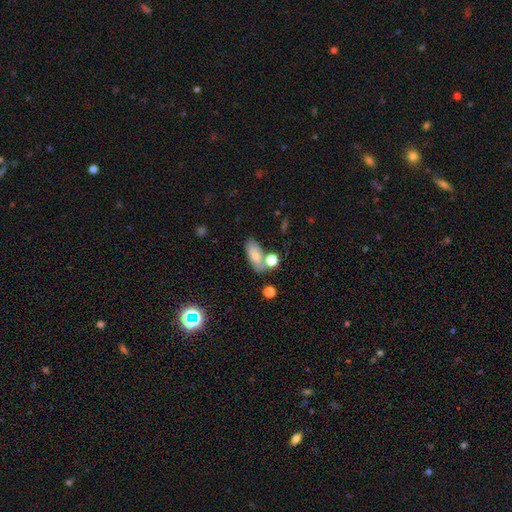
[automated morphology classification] A smooth galaxy with no disk features (76%) that is in between round and cigar-shaped (86%).

Vote fractions:
- Smooth or featured? smooth: 76% / featured or disk: 14% / star or artifact: 10%
- How rounded? in between: 86% / cigar-shaped: 9% / round: 6%
- Merging? none: 59% / merger: 19% / minor disturbance: 16% / major disturbance: 6%